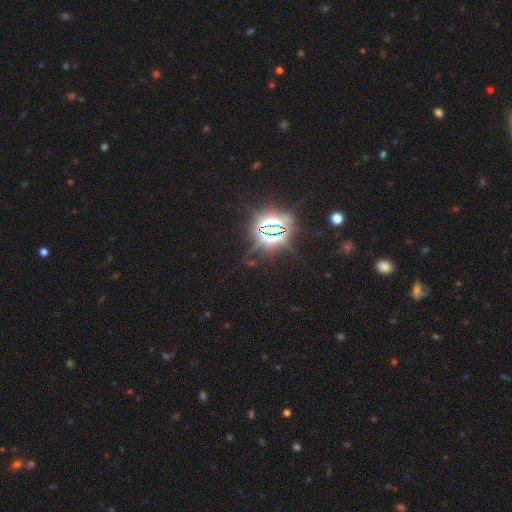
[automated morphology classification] smooth_or_featured: star or artifact (p=0.86) [alt: smooth p=0.09]